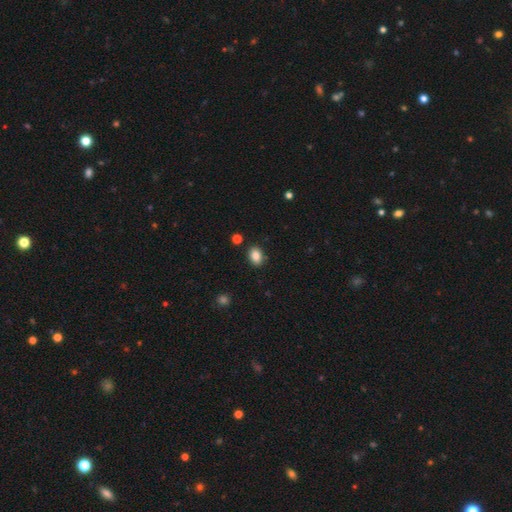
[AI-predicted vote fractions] Overall: smooth (85%). How rounded: in between (76%). Merging: none (87%).